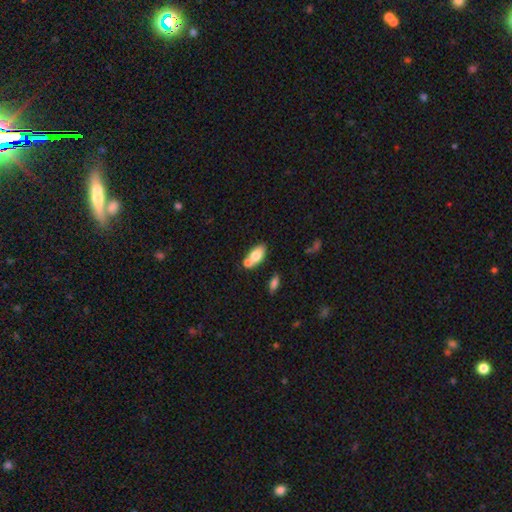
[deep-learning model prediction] Morphology: type=smooth (75%); roundness=in between (88%); merging=none (45%).